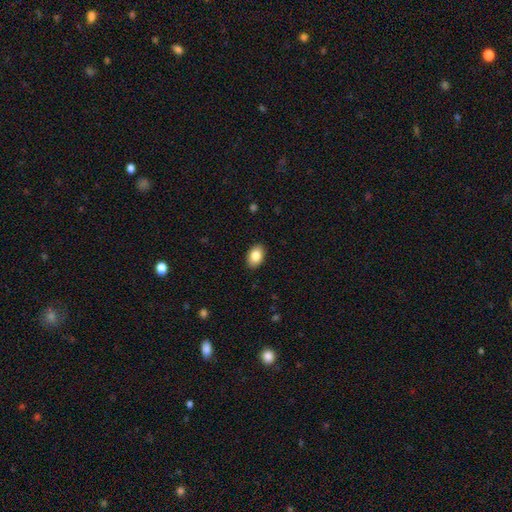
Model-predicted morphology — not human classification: Overall: smooth (84%). How rounded: in between (86%). Merging: none (89%).